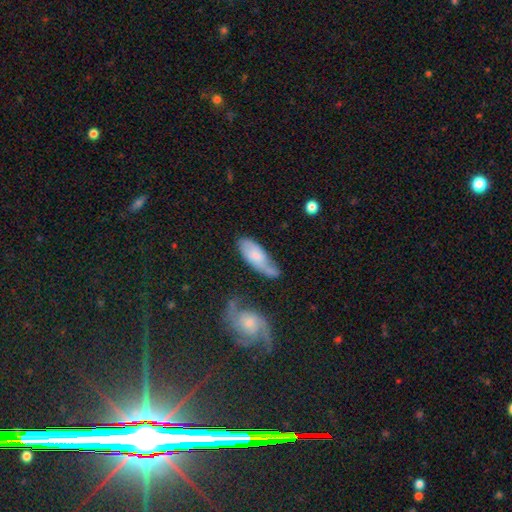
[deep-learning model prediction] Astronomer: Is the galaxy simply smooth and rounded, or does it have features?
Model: smooth — 55% (runner-up: featured or disk, 38%).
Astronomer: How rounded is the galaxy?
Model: in between — 76%.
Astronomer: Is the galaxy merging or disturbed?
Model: none — 45% (runner-up: minor disturbance, 31%).